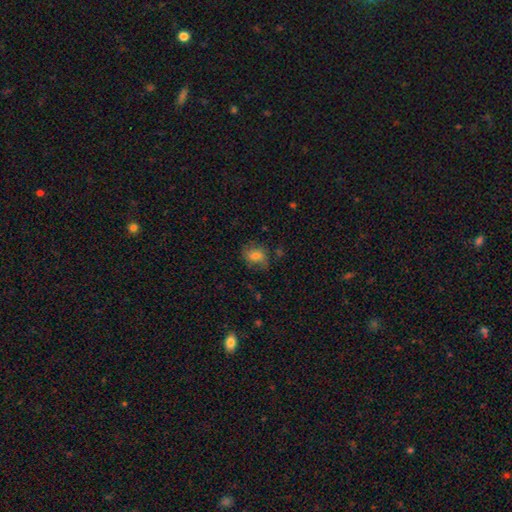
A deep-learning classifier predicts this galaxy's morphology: smooth 70%, featured or disk 20%, star or artifact 10%. Down the decision tree: how rounded — round (51%); merging — none (66%).